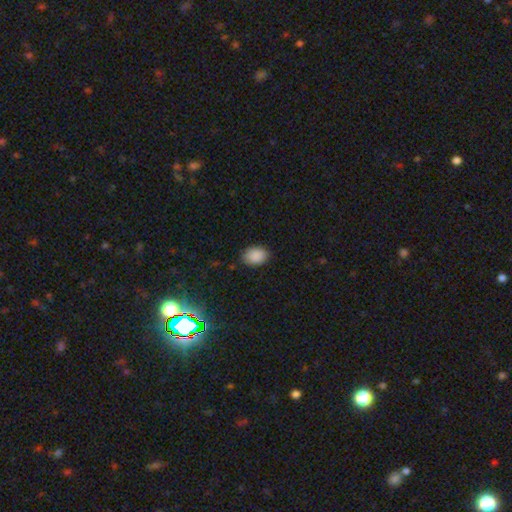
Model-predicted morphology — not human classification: Smooth or featured: smooth — 89% (star or artifact — 8%)
How rounded: in between — 75% (round — 24%)
Merging: none — 85% (minor disturbance — 11%)